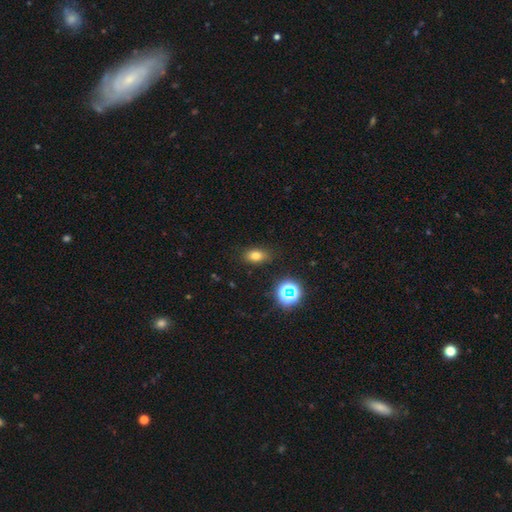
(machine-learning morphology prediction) Smooth or featured? smooth (73%)
How rounded? in between (79%)
Merging? none (83%)